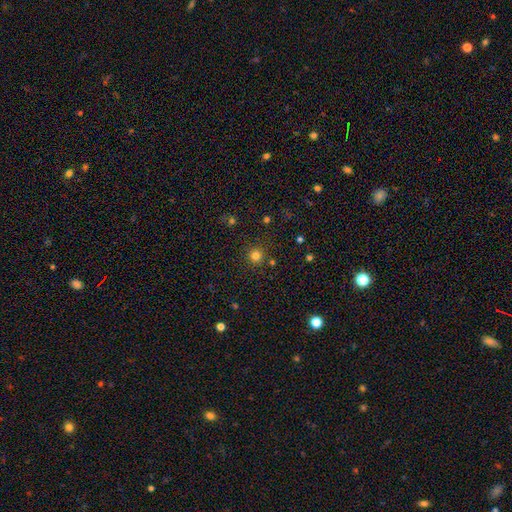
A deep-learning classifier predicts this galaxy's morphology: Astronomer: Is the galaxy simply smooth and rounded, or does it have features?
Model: smooth — 79%.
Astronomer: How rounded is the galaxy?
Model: round — 95%.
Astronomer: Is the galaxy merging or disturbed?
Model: none — 88%.